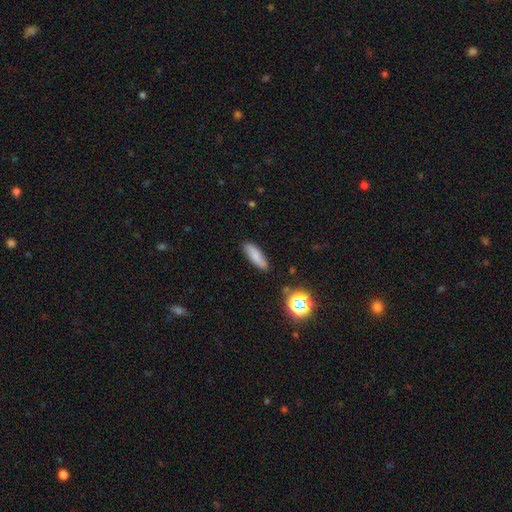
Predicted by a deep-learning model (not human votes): smooth-or-featured: smooth: 80% | featured or disk: 11% | star or artifact: 9%
  how-rounded: cigar-shaped: 54% | in between: 44% | round: 2%
  merging: none: 84% | minor disturbance: 12% | major disturbance: 2% | merger: 2%